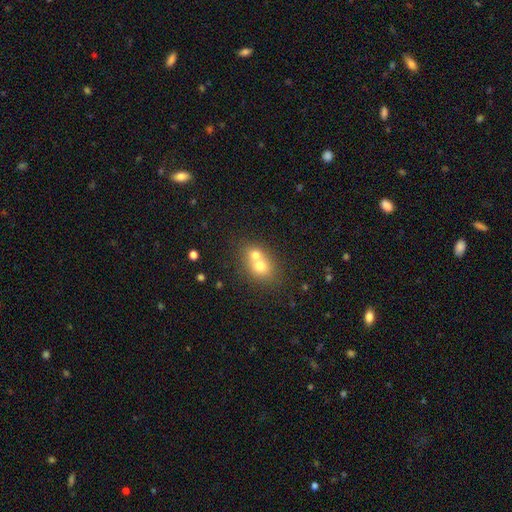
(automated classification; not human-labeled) Smooth or featured?
  - smooth: 68% *
  - featured or disk: 21%
  - star or artifact: 11%
How rounded?
  - round: 59% *
  - in between: 40%
  - cigar-shaped: 1%
Merging?
  - merger: 67% *
  - none: 25%
  - minor disturbance: 5%
  - major disturbance: 2%